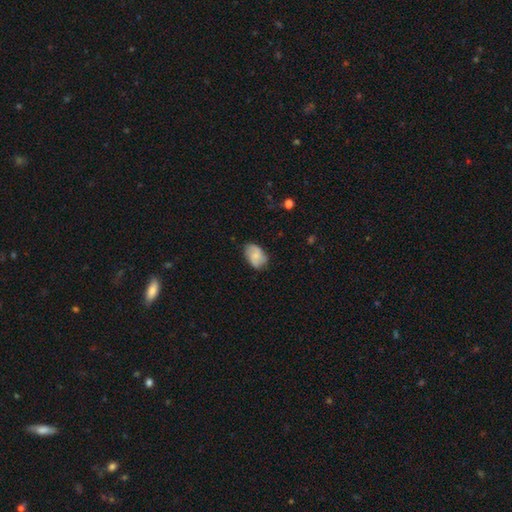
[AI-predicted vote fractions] The model was most divided on "smooth or featured": smooth: 63%, featured or disk: 29%, star or artifact: 8%. More confident: how rounded — in between (85%); merging — none (69%).